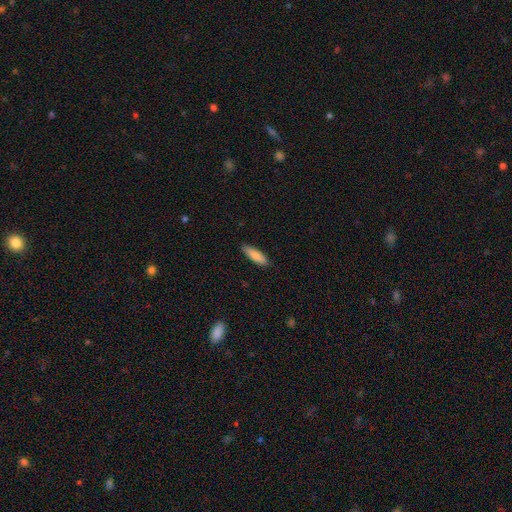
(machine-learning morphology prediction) This is clearly a smooth galaxy (83%). How rounded: possibly cigar-shaped (56%). Merging: clearly none (87%).